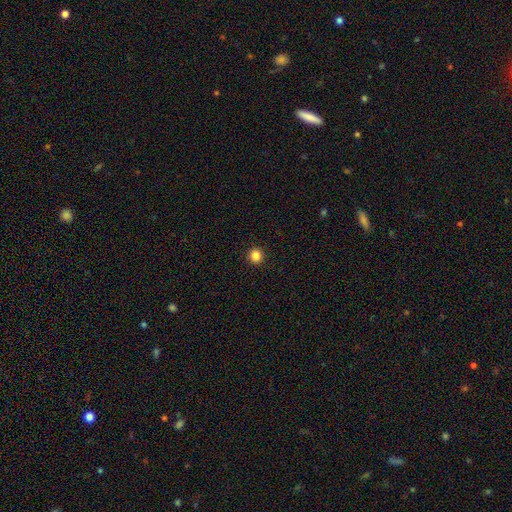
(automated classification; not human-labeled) smooth-or-featured: smooth: 85% | star or artifact: 12% | featured or disk: 3%
  how-rounded: round: 93% | in between: 6% | cigar-shaped: 1%
  merging: none: 93% | minor disturbance: 4% | major disturbance: 2% | merger: 1%